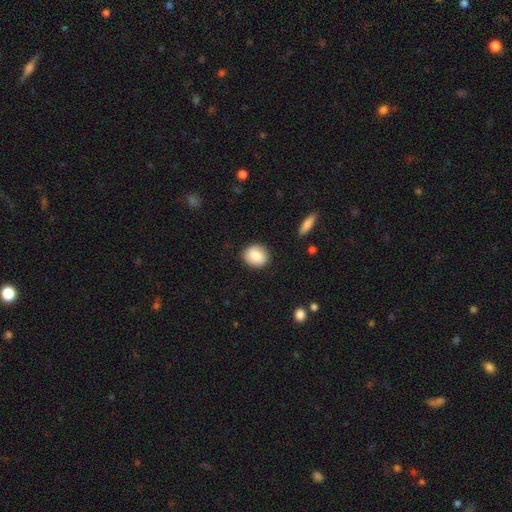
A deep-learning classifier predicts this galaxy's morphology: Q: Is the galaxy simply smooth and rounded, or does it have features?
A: smooth — 83%.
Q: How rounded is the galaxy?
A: round — 76%.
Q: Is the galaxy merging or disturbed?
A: none — 88%.